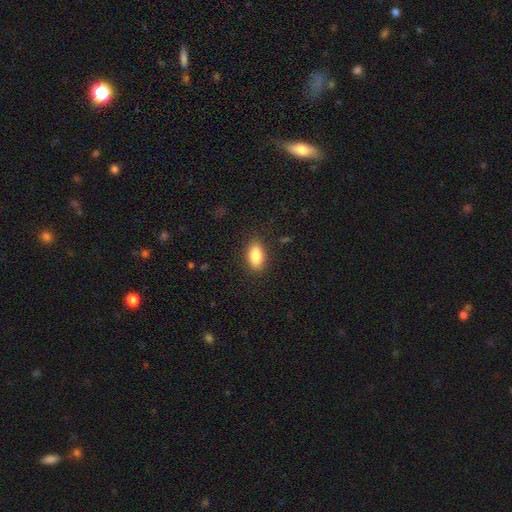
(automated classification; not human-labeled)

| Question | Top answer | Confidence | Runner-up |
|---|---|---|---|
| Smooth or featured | smooth | 86% | star or artifact (7%) |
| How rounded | in between | 90% | round (5%) |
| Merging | none | 87% | minor disturbance (9%) |